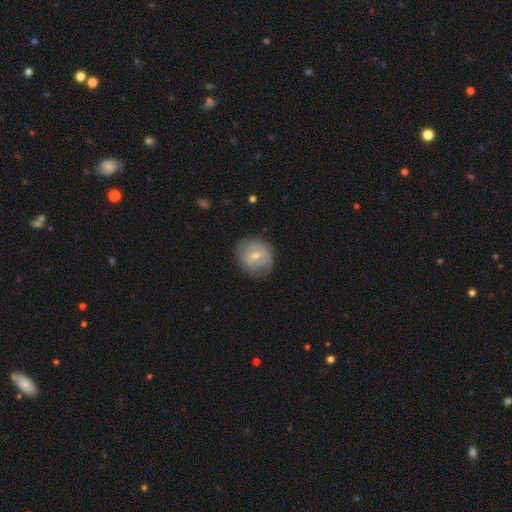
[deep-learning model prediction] A featured or disk galaxy (65%) with a weak bar (50%), spiral arms (76%) and a moderate central bulge (62%).

Vote fractions:
- Smooth or featured? featured or disk: 65% / smooth: 29% / star or artifact: 6%
- Edge-on disk? no: 97% / yes: 3%
- Bar? weak: 50% / no: 34% / strong: 16%
- Spiral arms? yes: 76% / no: 24%
- Bulge size? moderate: 62% / small: 34% / large: 2% / none: 1% / dominant: 1%
- Merging? none: 75% / minor disturbance: 18% / major disturbance: 6% / merger: 1%